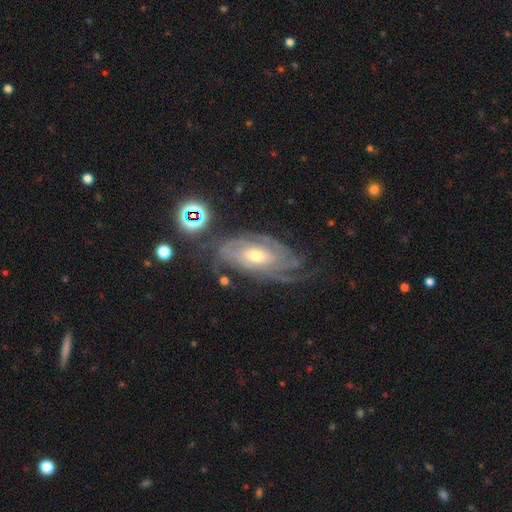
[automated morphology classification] Smooth or featured? featured or disk (87%)
Edge-on disk? no (94%)
Bar? no (67%)
Spiral arms? yes (96%)
Spiral winding? tight (73%)
Spiral arm count? can't tell (34%)
Bulge size? moderate (59%)
Merging? none (67%)